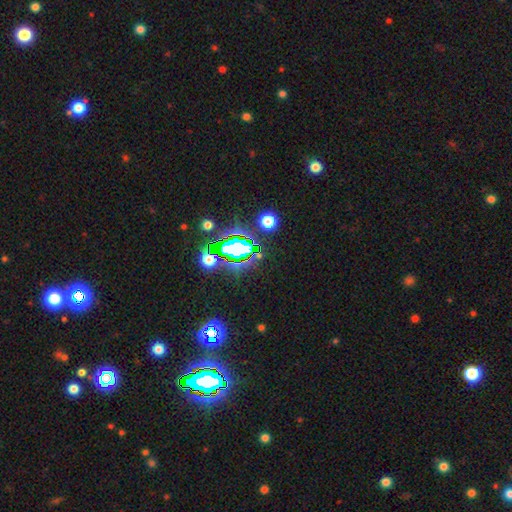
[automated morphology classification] star or artifact 73%, smooth 16%, featured or disk 12%.